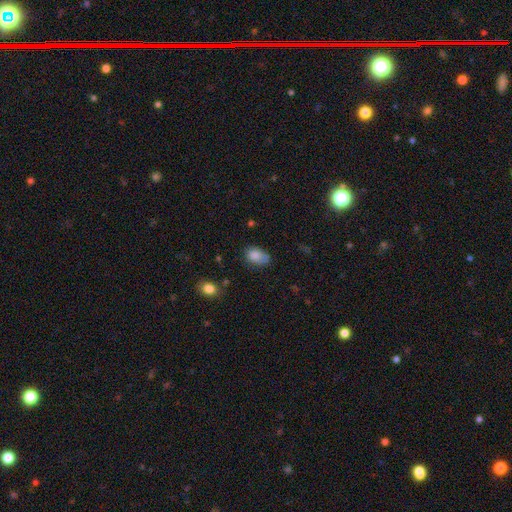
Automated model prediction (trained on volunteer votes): Smooth or featured?
  - smooth: 82% *
  - featured or disk: 9%
  - star or artifact: 9%
How rounded?
  - in between: 85% *
  - round: 13%
  - cigar-shaped: 1%
Merging?
  - none: 59% *
  - minor disturbance: 29%
  - major disturbance: 9%
  - merger: 4%